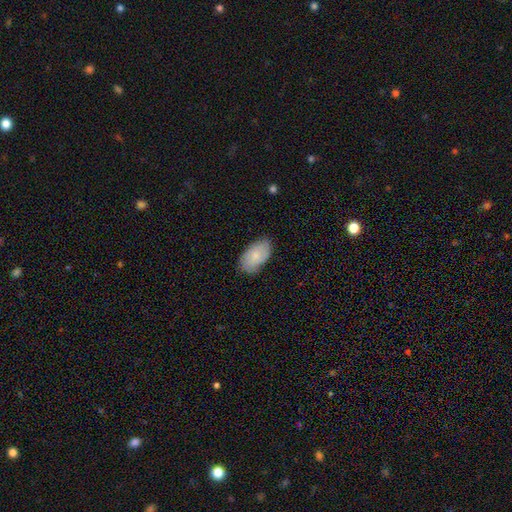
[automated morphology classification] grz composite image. It shows a smooth galaxy with no disk features (75%) that is in between round and cigar-shaped (95%). Merging: none (76%).